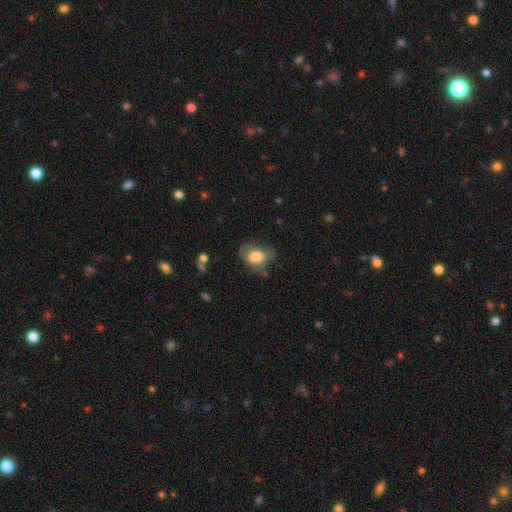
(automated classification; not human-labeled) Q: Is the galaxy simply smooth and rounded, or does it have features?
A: smooth — 72%.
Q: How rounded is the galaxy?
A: in between — 73%.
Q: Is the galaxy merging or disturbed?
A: none — 49%.